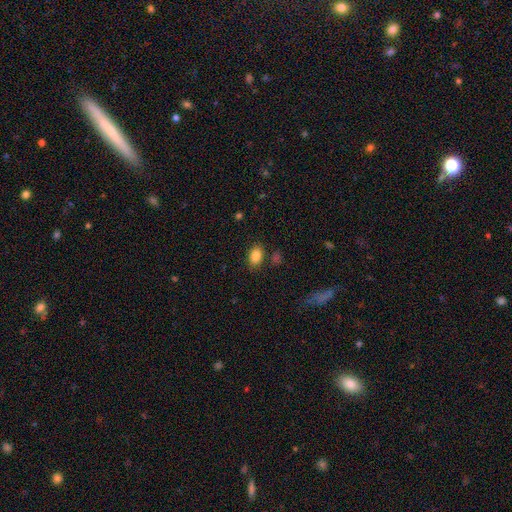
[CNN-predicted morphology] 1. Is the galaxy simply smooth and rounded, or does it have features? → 85% smooth, 9% star or artifact, 6% featured or disk.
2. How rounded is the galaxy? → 85% in between, 13% round, 1% cigar-shaped.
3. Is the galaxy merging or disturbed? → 81% none, 12% minor disturbance, 4% merger, 4% major disturbance.